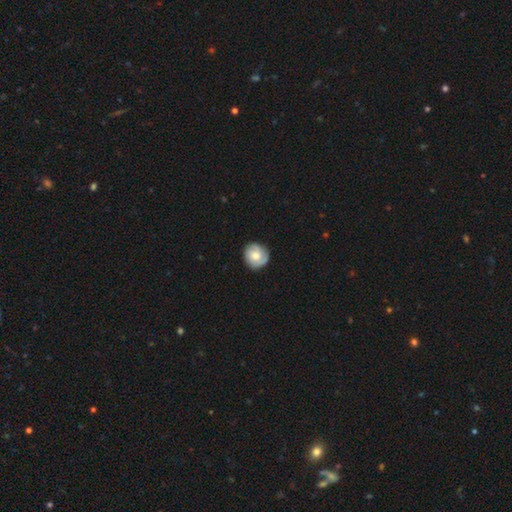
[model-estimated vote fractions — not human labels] smooth-or-featured: smooth: 52% | featured or disk: 42% | star or artifact: 6%
  how-rounded: round: 87% | in between: 12% | cigar-shaped: 1%
  merging: none: 79% | minor disturbance: 16% | major disturbance: 4% | merger: 1%